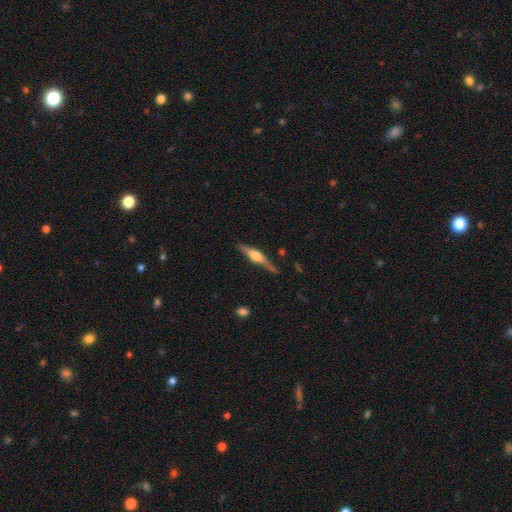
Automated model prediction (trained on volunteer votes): Morphology: type=featured or disk (78%); edge-on=yes (98%); edge-on bulge=rounded (87%); merging=none (84%).